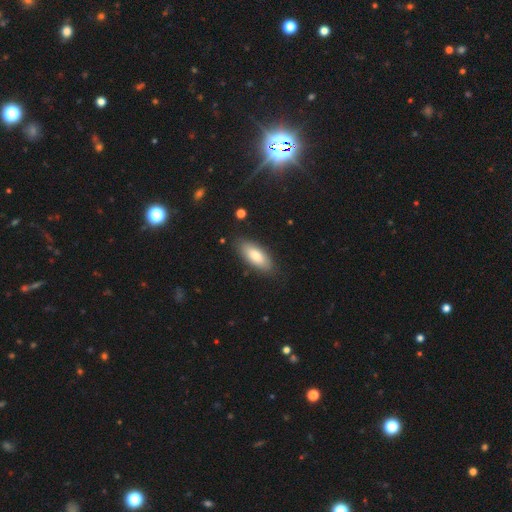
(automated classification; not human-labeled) Morphology: type=smooth (80%); roundness=in between (82%); merging=none (83%).